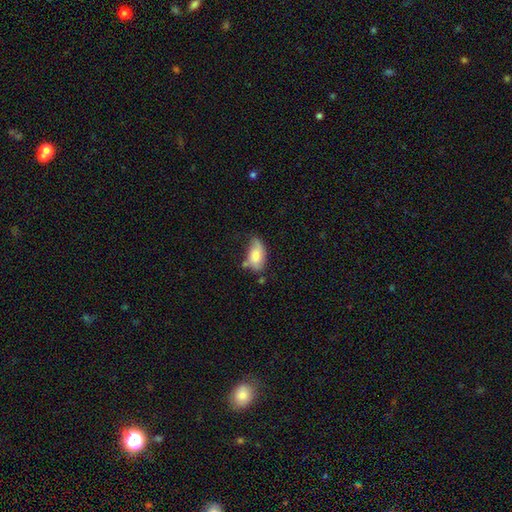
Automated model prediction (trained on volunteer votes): Morphology: type=smooth (73%); roundness=in between (93%); merging=none (43%).